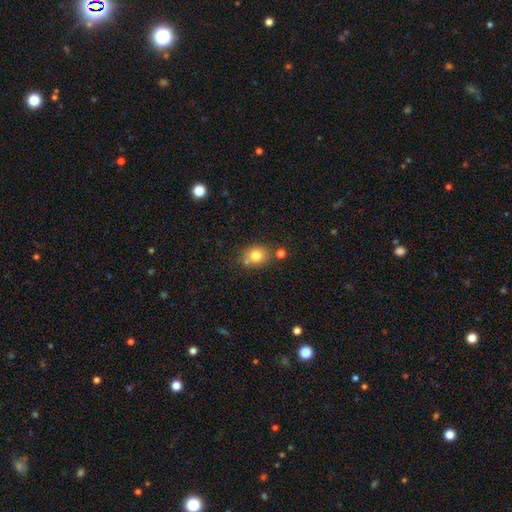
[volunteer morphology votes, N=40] A smooth galaxy with no disk features (75%) that is round (53%). Merging: none (69%).